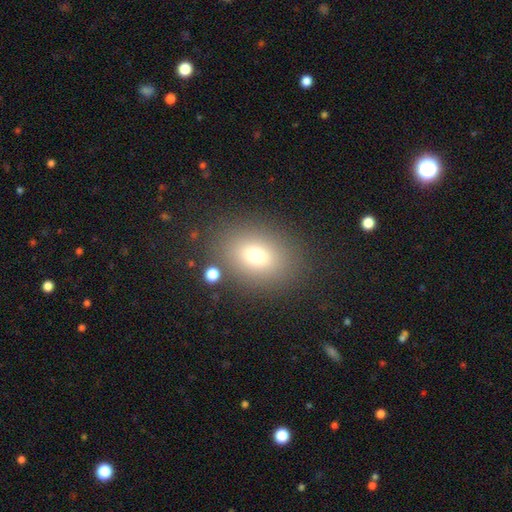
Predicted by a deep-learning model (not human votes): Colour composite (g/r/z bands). It shows a smooth galaxy with no disk features (71%) that is in between round and cigar-shaped (65%). Merging: none (84%).